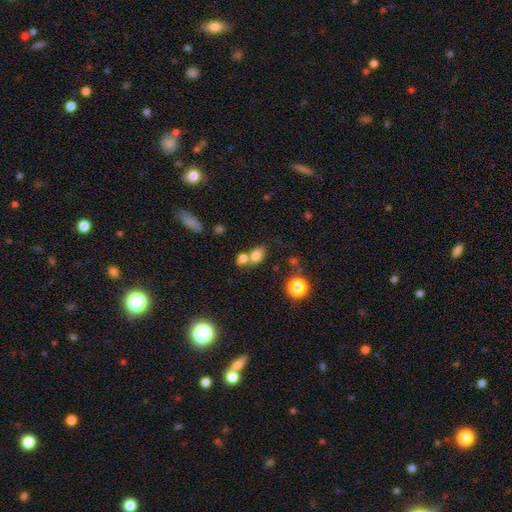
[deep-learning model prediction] Smooth or featured? smooth (76%)
How rounded? in between (75%)
Merging? none (43%)